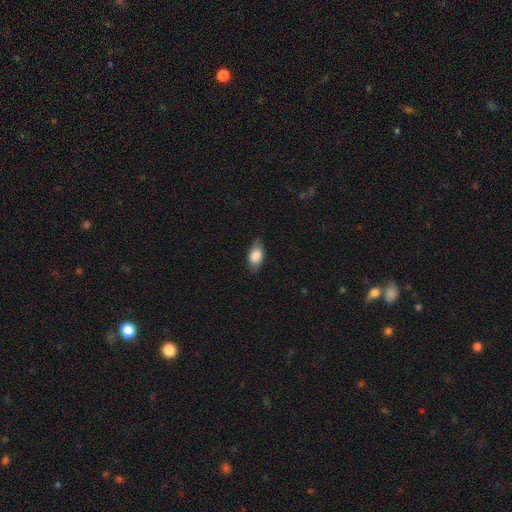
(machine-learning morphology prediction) Overall: smooth (82%). How rounded: in between (89%). Merging: none (78%).